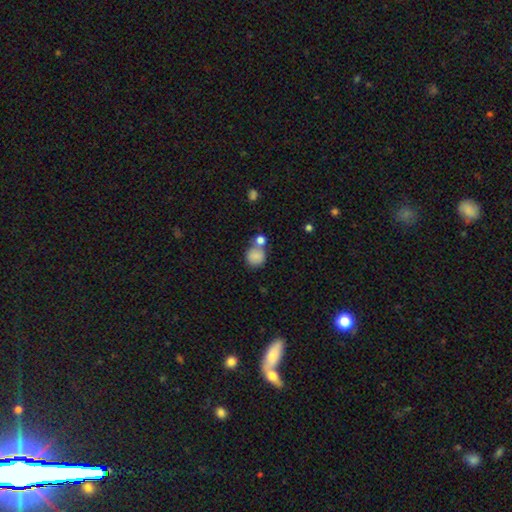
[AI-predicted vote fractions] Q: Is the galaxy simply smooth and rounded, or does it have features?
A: smooth — 83%.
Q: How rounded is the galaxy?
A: round — 82%.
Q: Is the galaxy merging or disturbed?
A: none — 46%.